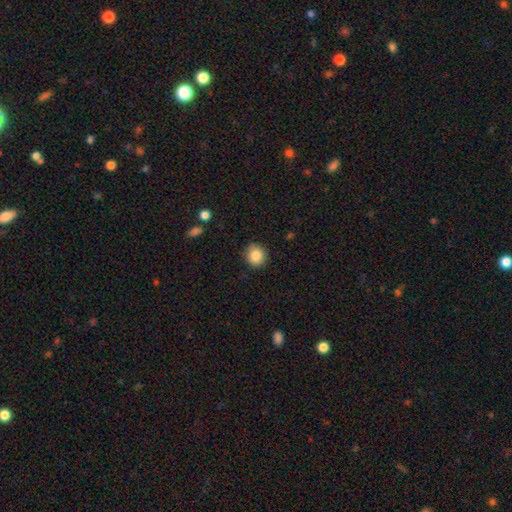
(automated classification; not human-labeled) Smooth or featured? Predicted: smooth (p=0.85). How rounded? Predicted: round (p=0.88). Merging? Predicted: none (p=0.88).